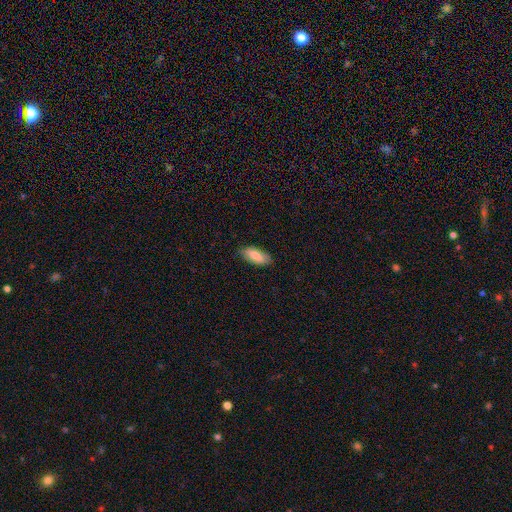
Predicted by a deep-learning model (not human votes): Overall: smooth (81%). How rounded: in between (84%). Merging: none (83%).